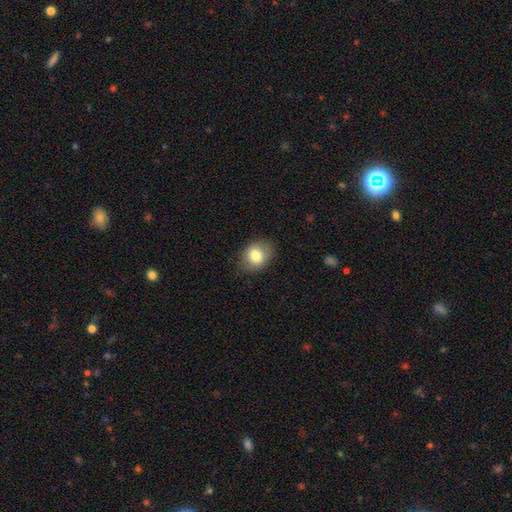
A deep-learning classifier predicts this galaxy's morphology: smooth_or_featured: smooth (p=0.81) [alt: featured or disk p=0.10]
how_rounded: in between (p=0.54) [alt: round p=0.45]
merging: none (p=0.79) [alt: minor disturbance p=0.16]